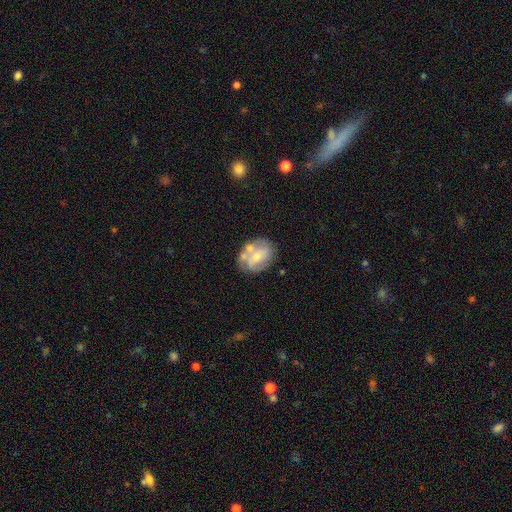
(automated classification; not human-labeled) Overall: featured or disk (59%; smooth 33%). Edge-on disk: no (97%). Bar: no (62%; weak 29%). Spiral arms: no (52%; yes 48%). Bulge size: small (49%; moderate 43%). Merging: none (52%; minor disturbance 22%).